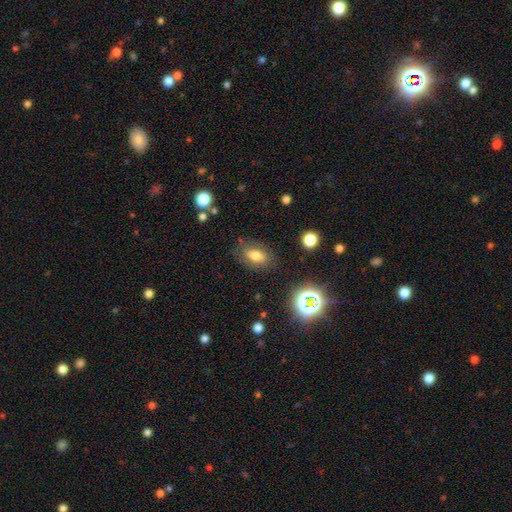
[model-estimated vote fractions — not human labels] This appears to be a smooth galaxy with no disk features (67%) that is in between round and cigar-shaped (85%). Merging: none (76%).